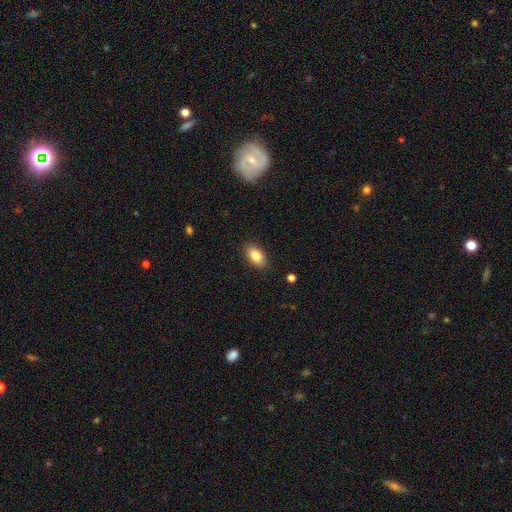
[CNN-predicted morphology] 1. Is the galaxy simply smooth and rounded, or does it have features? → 85% smooth, 8% featured or disk, 8% star or artifact.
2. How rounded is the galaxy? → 91% in between, 6% round, 3% cigar-shaped.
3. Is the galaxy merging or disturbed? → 88% none, 9% minor disturbance, 2% major disturbance, 1% merger.